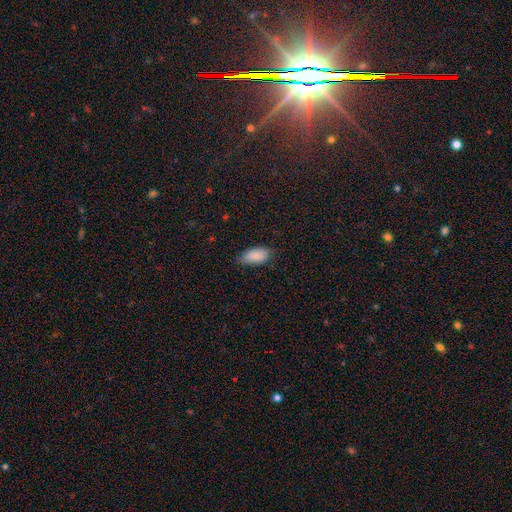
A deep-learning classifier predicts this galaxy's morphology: smooth 88%, star or artifact 7%, featured or disk 5%. Down the decision tree: how rounded — in between (92%); merging — none (73%).